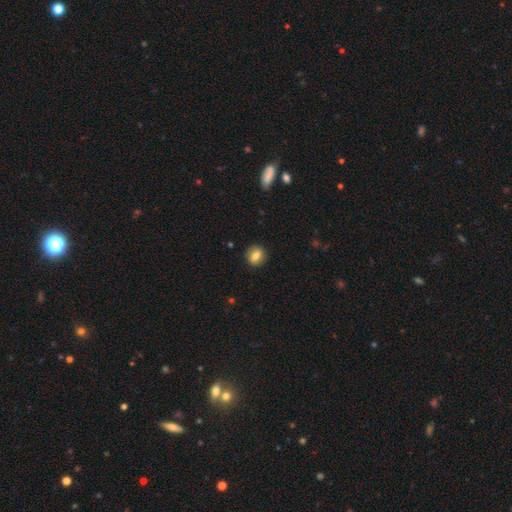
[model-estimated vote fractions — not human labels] The model was most divided on "how rounded": round: 76%, in between: 23%, cigar-shaped: 1%. More confident: merging — none (89%); smooth or featured — smooth (76%).